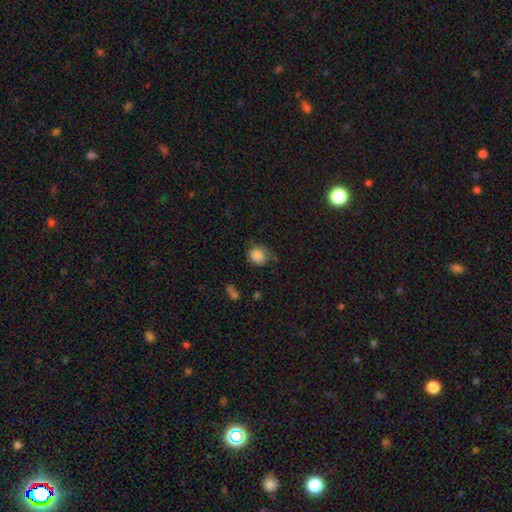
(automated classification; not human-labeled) Q: Smooth or featured?
A: smooth (85%); runner-up: star or artifact (9%)
Q: How rounded?
A: round (74%); runner-up: in between (25%)
Q: Merging?
A: none (60%); runner-up: minor disturbance (29%)